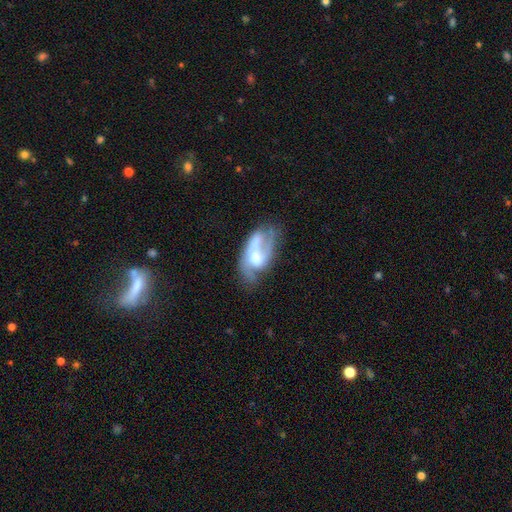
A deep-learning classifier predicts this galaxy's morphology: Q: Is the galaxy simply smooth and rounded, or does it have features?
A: featured or disk — 69%.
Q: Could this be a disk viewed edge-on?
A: no — 95%.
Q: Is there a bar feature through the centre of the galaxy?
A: no — 54%.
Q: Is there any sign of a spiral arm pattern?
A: yes — 78%.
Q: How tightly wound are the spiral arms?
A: medium — 44%.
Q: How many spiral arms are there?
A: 2 — 59%.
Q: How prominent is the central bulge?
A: moderate — 56%.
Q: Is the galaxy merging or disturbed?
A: none — 41%.